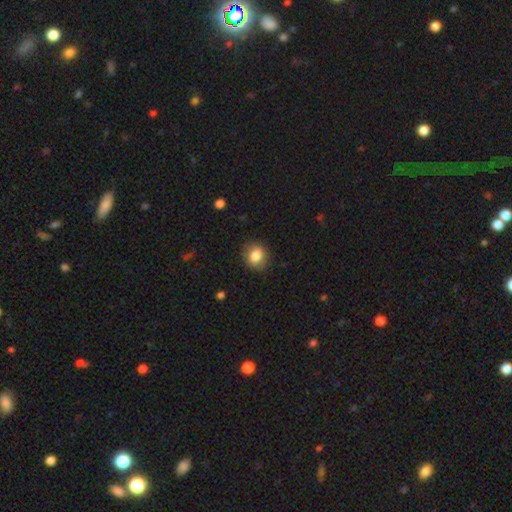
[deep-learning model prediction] Smooth or featured: smooth — 82% (star or artifact — 9%)
How rounded: round — 64% (in between — 35%)
Merging: none — 85% (minor disturbance — 11%)